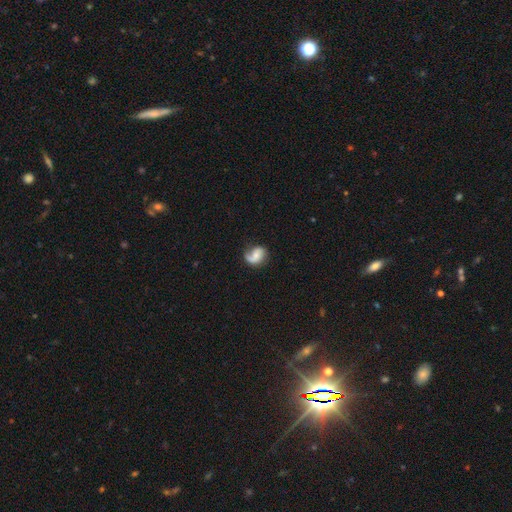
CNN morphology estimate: Smooth or featured? Predicted: featured or disk (p=0.61). Edge-on disk? Predicted: no (p=0.97). Bar? Predicted: no (p=0.57). Spiral arms? Predicted: yes (p=0.90). Spiral winding? Predicted: loose (p=0.49). Spiral arm count? Predicted: 2 (p=0.48). Bulge size? Predicted: small (p=0.42). Merging? Predicted: none (p=0.56).